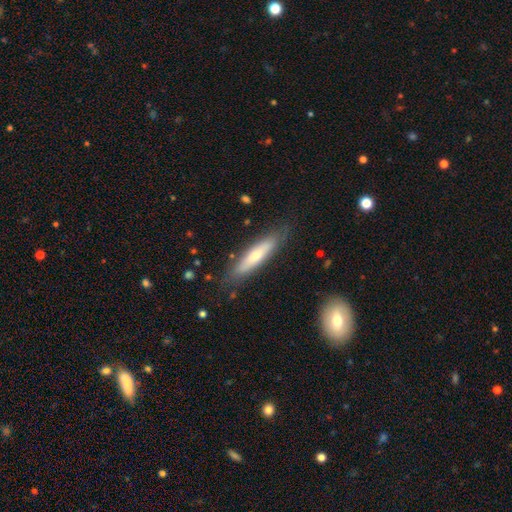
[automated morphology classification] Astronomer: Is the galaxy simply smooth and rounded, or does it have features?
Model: smooth — 56% (runner-up: featured or disk, 38%).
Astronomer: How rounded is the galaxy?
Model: cigar-shaped — 80%.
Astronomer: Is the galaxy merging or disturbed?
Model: none — 82%.